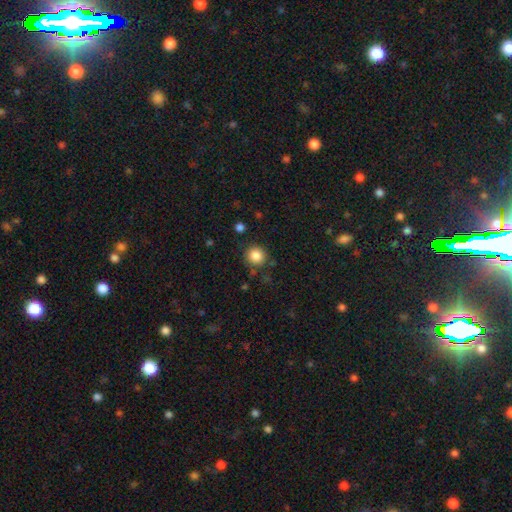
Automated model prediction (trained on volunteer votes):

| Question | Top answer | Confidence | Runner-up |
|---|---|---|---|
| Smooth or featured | smooth | 86% | star or artifact (10%) |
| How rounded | round | 91% | in between (8%) |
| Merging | none | 85% | minor disturbance (9%) |